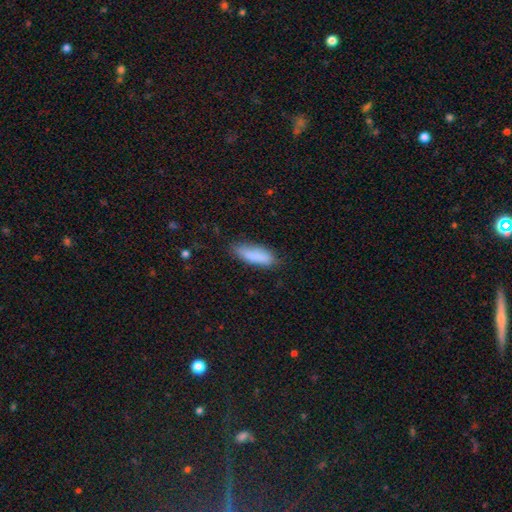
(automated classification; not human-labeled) Smooth or featured? smooth (85%)
How rounded? in between (61%)
Merging? none (72%)